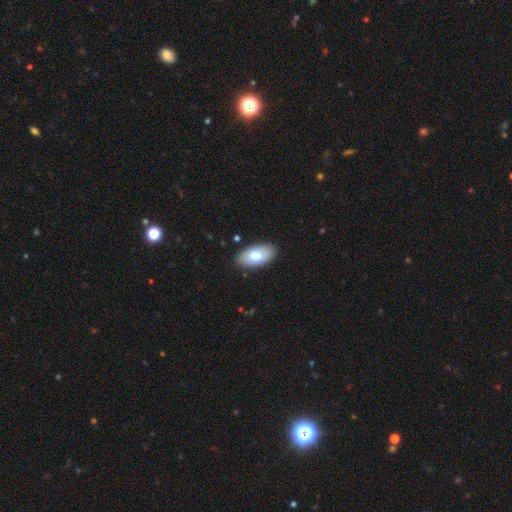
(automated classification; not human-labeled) Q: Smooth or featured?
A: smooth (77%); runner-up: featured or disk (18%)
Q: How rounded?
A: in between (95%); runner-up: round (3%)
Q: Merging?
A: none (87%); runner-up: minor disturbance (9%)